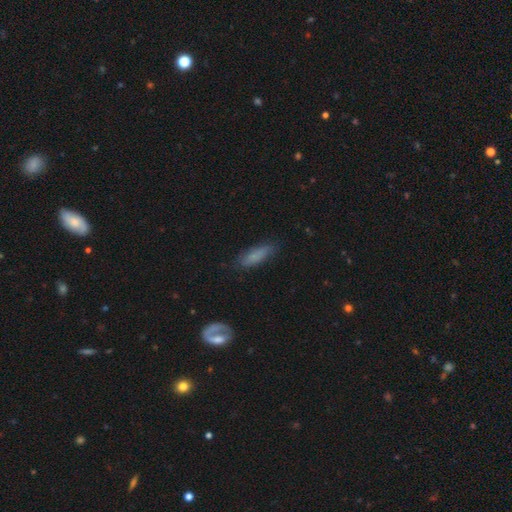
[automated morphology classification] Smooth or featured?
  - smooth: 76% *
  - featured or disk: 16%
  - star or artifact: 8%
How rounded?
  - in between: 51% *
  - cigar-shaped: 46%
  - round: 3%
Merging?
  - none: 74% *
  - minor disturbance: 19%
  - major disturbance: 5%
  - merger: 2%